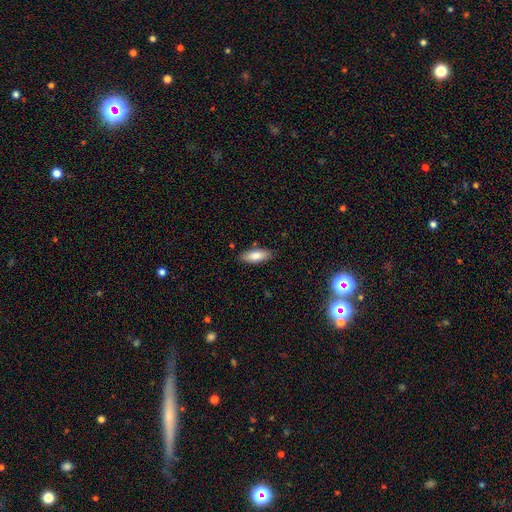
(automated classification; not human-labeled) A smooth galaxy with no disk features (80%) that is in between round and cigar-shaped (75%).

Vote fractions:
- Smooth or featured? smooth: 80% / featured or disk: 13% / star or artifact: 6%
- How rounded? in between: 75% / cigar-shaped: 23% / round: 2%
- Merging? none: 85% / minor disturbance: 11% / major disturbance: 2% / merger: 2%